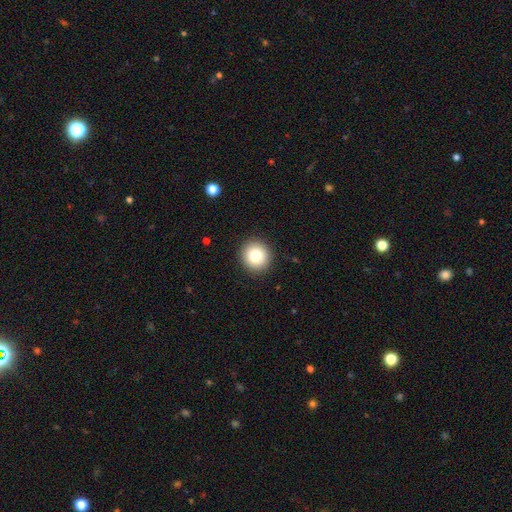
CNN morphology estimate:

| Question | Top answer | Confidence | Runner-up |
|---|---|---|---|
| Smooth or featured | smooth | 83% | star or artifact (9%) |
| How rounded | round | 91% | in between (8%) |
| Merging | none | 92% | minor disturbance (5%) |